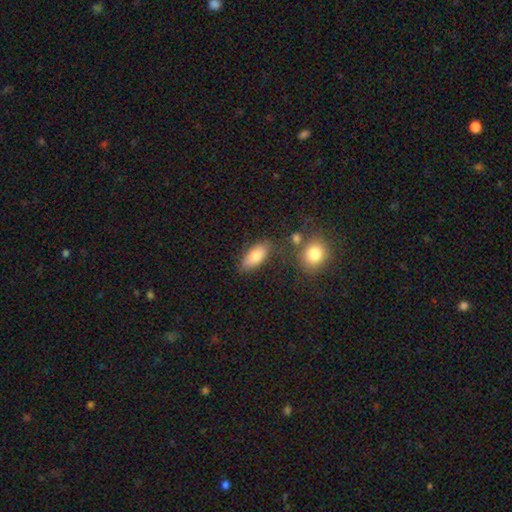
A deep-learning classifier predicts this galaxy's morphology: The model was most divided on "merging": none: 72%, minor disturbance: 15%, merger: 8%, major disturbance: 4%. More confident: how rounded — in between (85%); smooth or featured — smooth (80%).